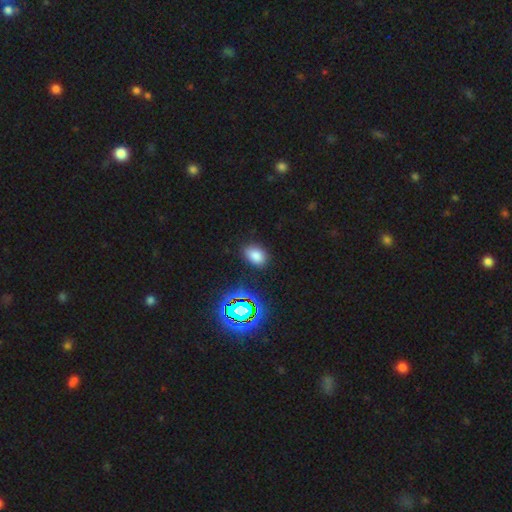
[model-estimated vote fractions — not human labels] Morphology: type=smooth (74%); roundness=in between (81%); merging=none (84%).